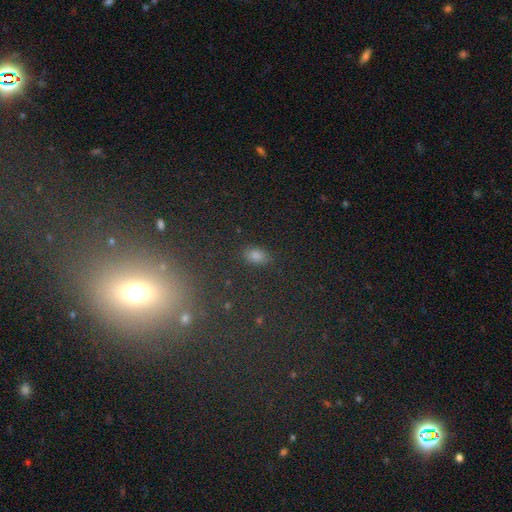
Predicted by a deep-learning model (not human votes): Smooth or featured: smooth — 72% (star or artifact — 20%)
How rounded: in between — 88% (round — 9%)
Merging: none — 86% (minor disturbance — 9%)